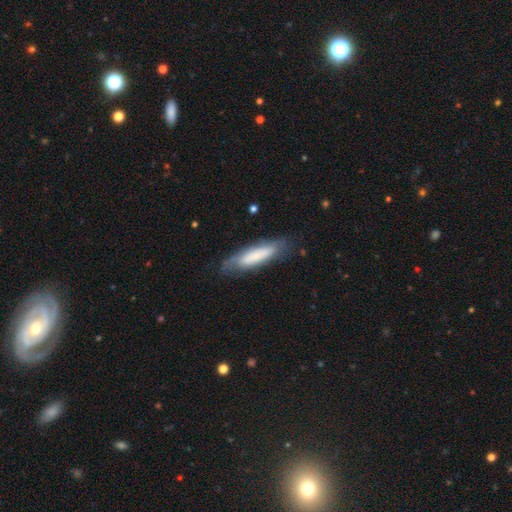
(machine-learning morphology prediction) Smooth or featured: smooth — 62% (featured or disk — 32%)
How rounded: cigar-shaped — 65% (in between — 34%)
Merging: none — 69% (minor disturbance — 22%)